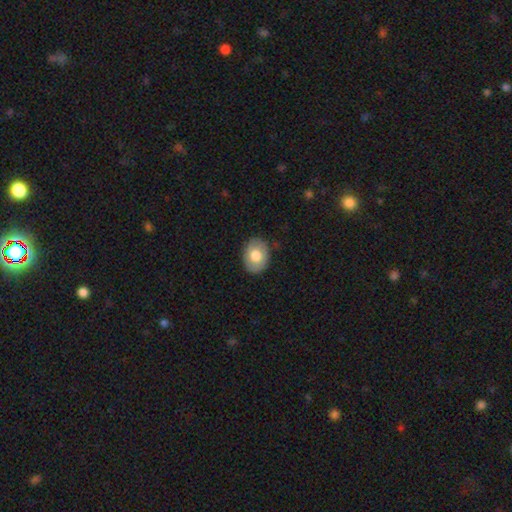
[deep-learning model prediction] smooth 73%, featured or disk 21%, star or artifact 7%. Down the decision tree: how rounded — in between (68%); merging — none (84%).